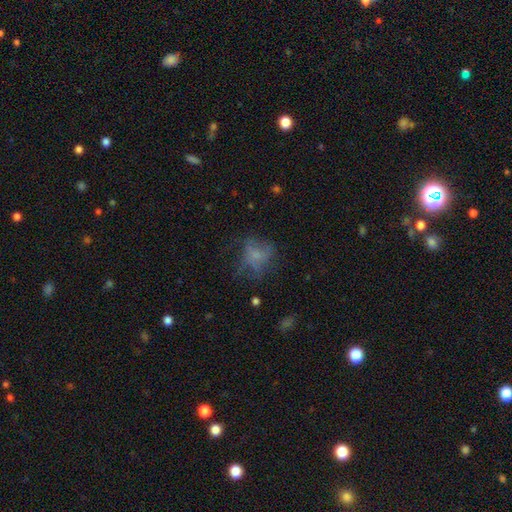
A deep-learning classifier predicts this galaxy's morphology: Smooth or featured? Predicted: smooth (p=0.51). How rounded? Predicted: round (p=0.54). Merging? Predicted: none (p=0.43).